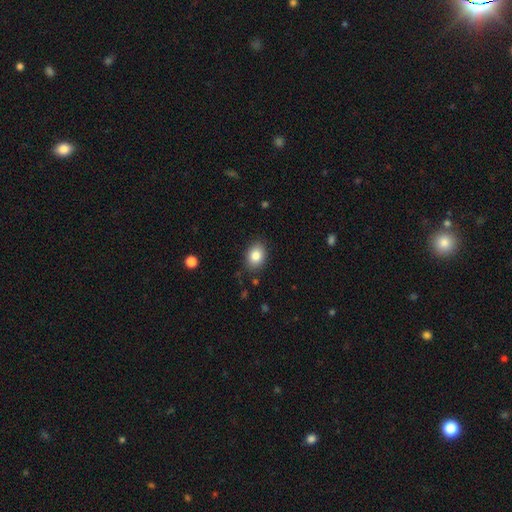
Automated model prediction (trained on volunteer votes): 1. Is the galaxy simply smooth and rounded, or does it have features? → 85% smooth, 8% star or artifact, 7% featured or disk.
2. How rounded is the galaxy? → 68% in between, 31% round, 1% cigar-shaped.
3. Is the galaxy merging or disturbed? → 86% none, 10% minor disturbance, 3% major disturbance, 1% merger.